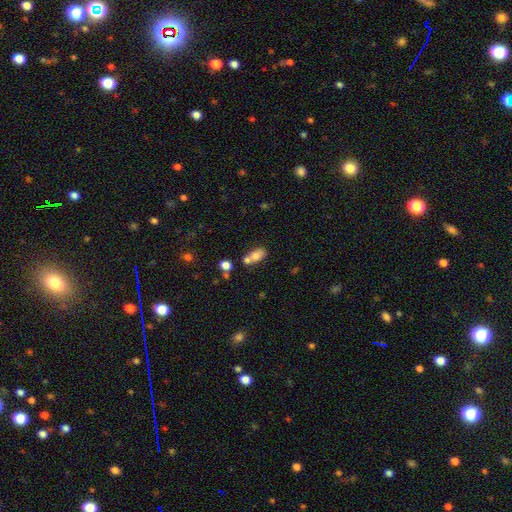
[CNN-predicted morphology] Overall: smooth (73%). How rounded: in between (81%). Merging: merger (42%; none 40%).